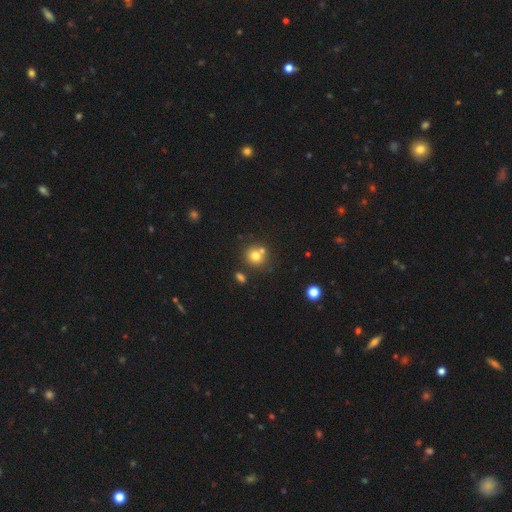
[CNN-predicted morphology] Smooth or featured? smooth (75%)
How rounded? round (87%)
Merging? none (63%)